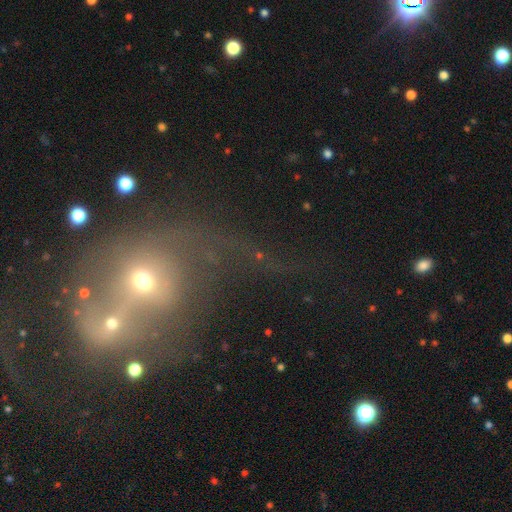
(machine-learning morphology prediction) Smooth or featured? featured or disk (36%)
Merging? merger (62%)